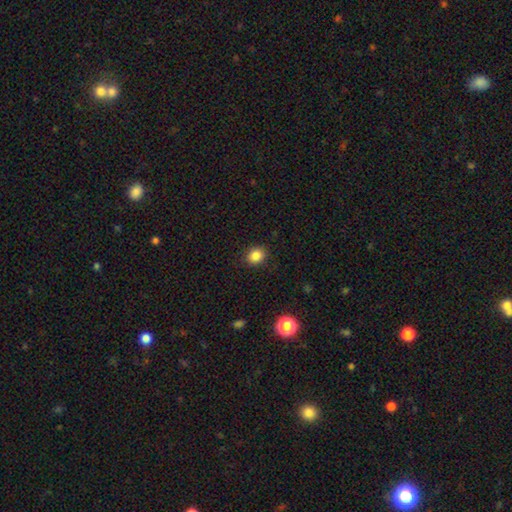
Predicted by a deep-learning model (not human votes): smooth 85%, star or artifact 11%, featured or disk 4%. Down the decision tree: how rounded — round (60%); merging — none (90%).